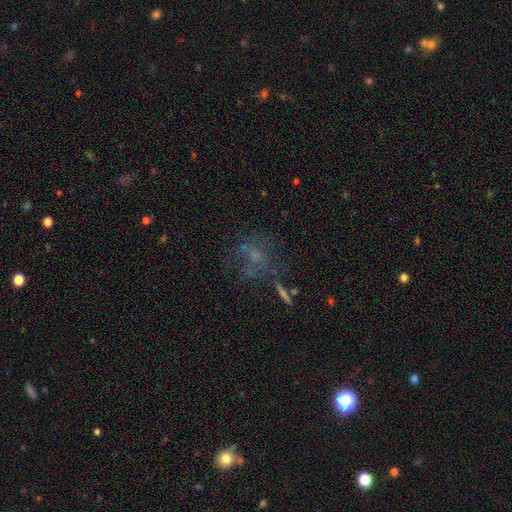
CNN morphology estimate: Smooth or featured? featured or disk (43%)
Merging? none (49%)